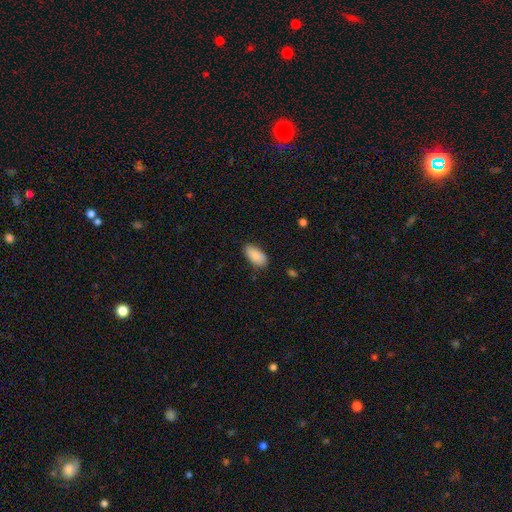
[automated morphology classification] smooth_or_featured: smooth (p=0.88) [alt: star or artifact p=0.07]
how_rounded: in between (p=0.93) [alt: cigar-shaped p=0.04]
merging: none (p=0.80) [alt: minor disturbance p=0.16]